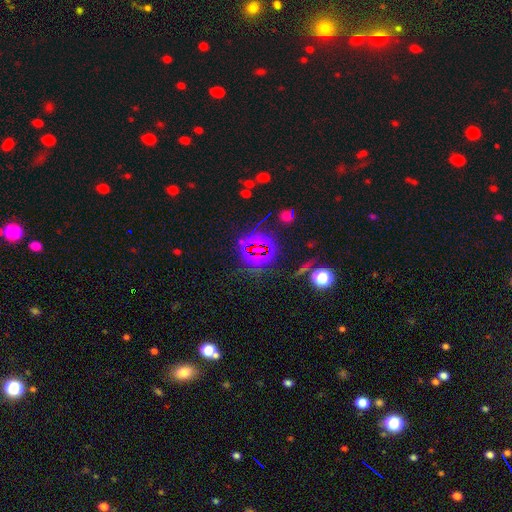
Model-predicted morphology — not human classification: A star or artifact, not a galaxy (71%).